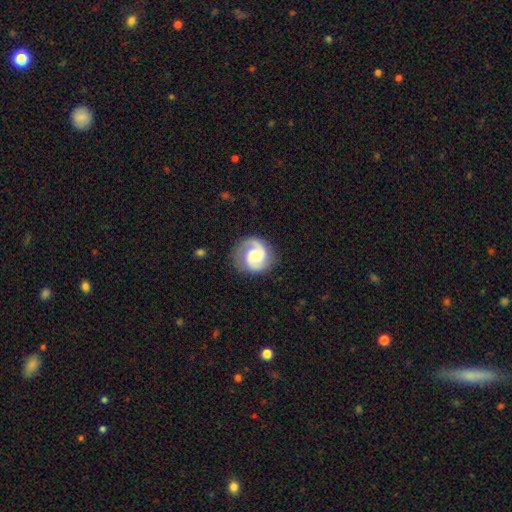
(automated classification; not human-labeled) Overall: featured or disk (80%). Edge-on disk: no (98%). Bar: no (52%; weak 40%). Spiral arms: yes (97%). Spiral arm count: 2 (82%). Spiral winding: medium (50%; tight 30%). Bulge size: moderate (42%; small 34%). Merging: none (78%).